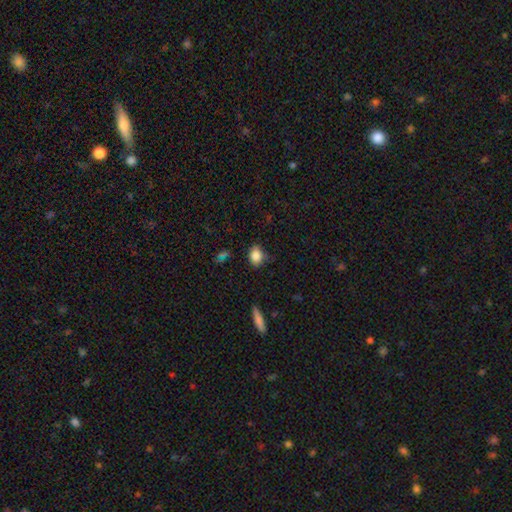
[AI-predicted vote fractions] Overall: smooth (85%). How rounded: in between (65%; round 33%). Merging: none (73%).